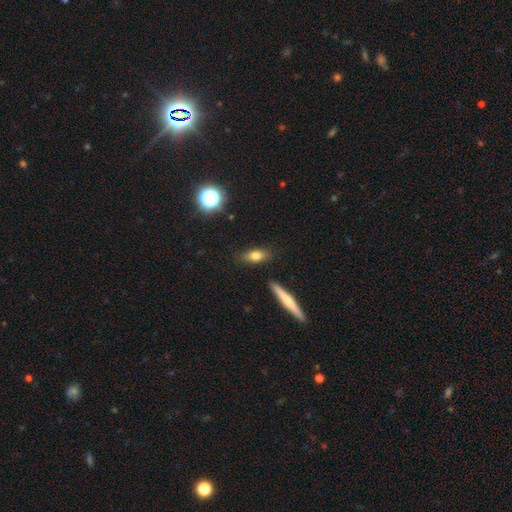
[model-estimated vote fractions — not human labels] Smooth or featured?
  - smooth: 73% *
  - featured or disk: 19%
  - star or artifact: 9%
How rounded?
  - in between: 66% *
  - cigar-shaped: 28%
  - round: 6%
Merging?
  - none: 83% *
  - minor disturbance: 12%
  - merger: 3%
  - major disturbance: 3%